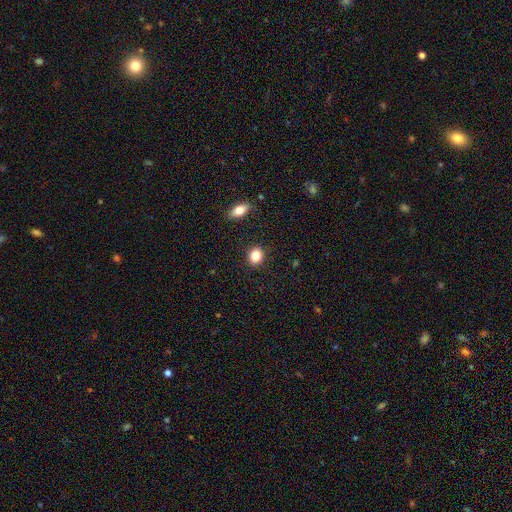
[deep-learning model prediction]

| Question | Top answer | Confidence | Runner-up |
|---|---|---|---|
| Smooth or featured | smooth | 84% | star or artifact (9%) |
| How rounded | round | 56% | in between (43%) |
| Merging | none | 89% | minor disturbance (7%) |